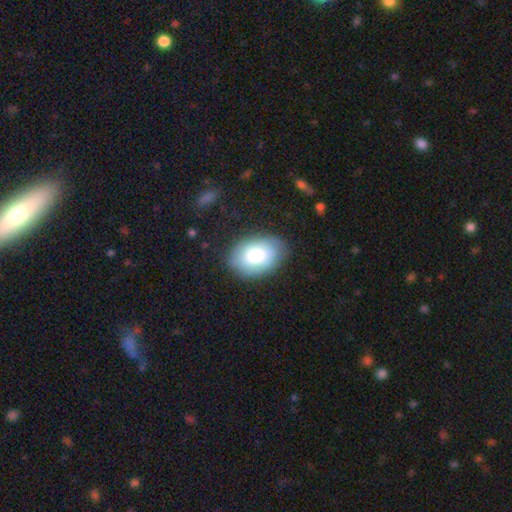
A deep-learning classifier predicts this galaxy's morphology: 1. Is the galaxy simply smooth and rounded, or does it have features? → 72% smooth, 21% featured or disk, 7% star or artifact.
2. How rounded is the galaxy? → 82% in between, 17% round, 1% cigar-shaped.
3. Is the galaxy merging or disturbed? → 80% none, 15% minor disturbance, 4% major disturbance, 1% merger.